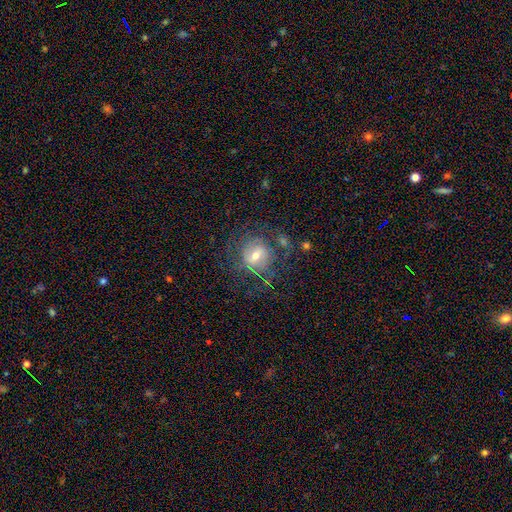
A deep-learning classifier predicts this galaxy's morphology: Smooth or featured?
  - featured or disk: 52% *
  - smooth: 36%
  - star or artifact: 11%
Edge-on disk?
  - no: 95% *
  - yes: 5%
Merging?
  - none: 62% *
  - minor disturbance: 18%
  - major disturbance: 16%
  - merger: 4%